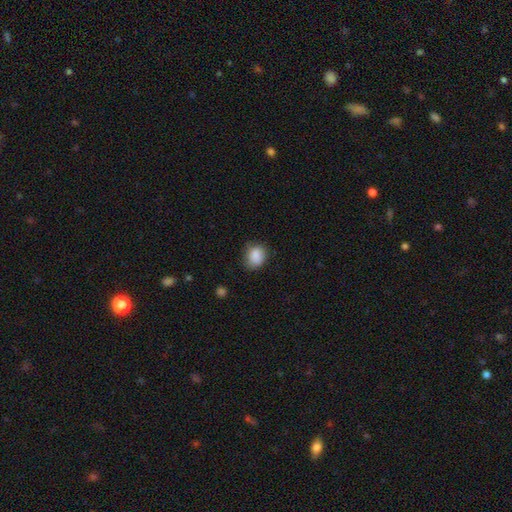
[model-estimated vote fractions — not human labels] The model was most divided on "how rounded": round: 58%, in between: 41%, cigar-shaped: 1%. More confident: smooth or featured — smooth (86%); merging — none (67%).